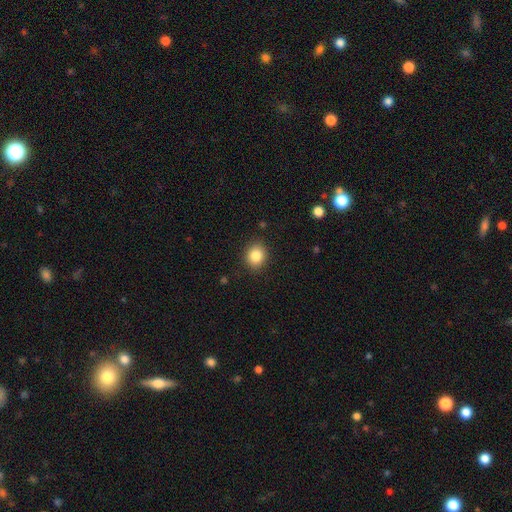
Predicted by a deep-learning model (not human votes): Q: Smooth or featured?
A: smooth (84%); runner-up: star or artifact (10%)
Q: How rounded?
A: round (69%); runner-up: in between (30%)
Q: Merging?
A: none (88%); runner-up: minor disturbance (9%)